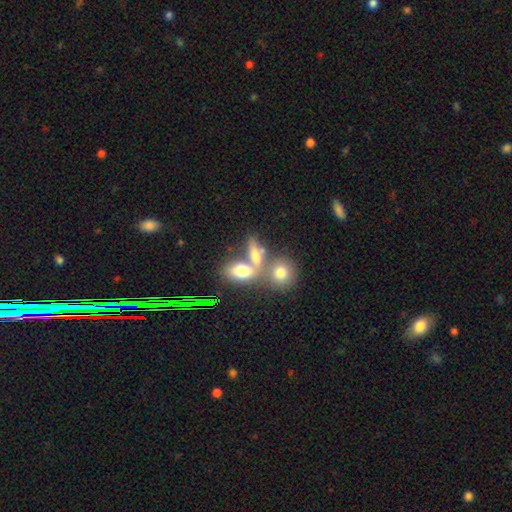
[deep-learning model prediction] Smooth or featured?
  - smooth: 69% *
  - featured or disk: 19%
  - star or artifact: 12%
How rounded?
  - in between: 68% *
  - round: 21%
  - cigar-shaped: 11%
Merging?
  - merger: 48% *
  - none: 35%
  - minor disturbance: 10%
  - major disturbance: 7%